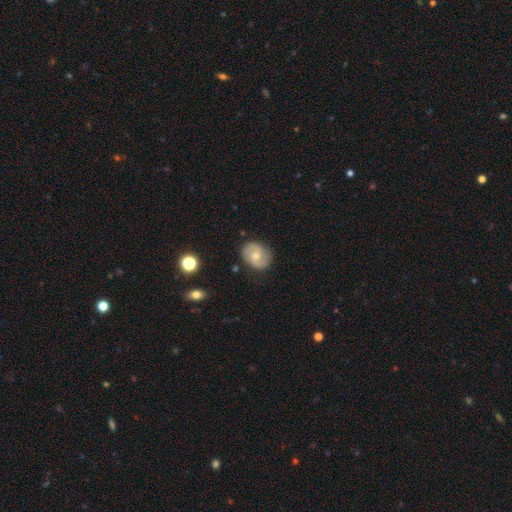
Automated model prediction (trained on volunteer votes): Q: Smooth or featured?
A: featured or disk (65%); runner-up: smooth (27%)
Q: Edge-on disk?
A: no (97%); runner-up: yes (3%)
Q: Bar?
A: no (58%); runner-up: weak (35%)
Q: Spiral arms?
A: yes (86%); runner-up: no (14%)
Q: Spiral winding?
A: medium (47%); runner-up: tight (30%)
Q: Spiral arm count?
A: 2 (87%); runner-up: can't tell (7%)
Q: Bulge size?
A: moderate (60%); runner-up: small (36%)
Q: Merging?
A: none (81%); runner-up: minor disturbance (14%)